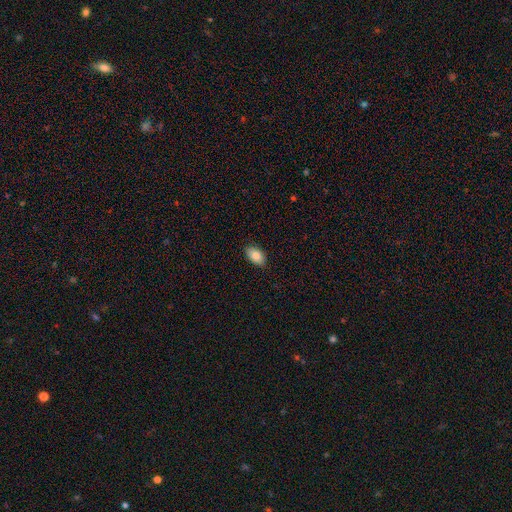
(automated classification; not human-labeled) Q: Smooth or featured?
A: smooth (86%); runner-up: star or artifact (7%)
Q: How rounded?
A: in between (92%); runner-up: round (6%)
Q: Merging?
A: none (86%); runner-up: minor disturbance (11%)